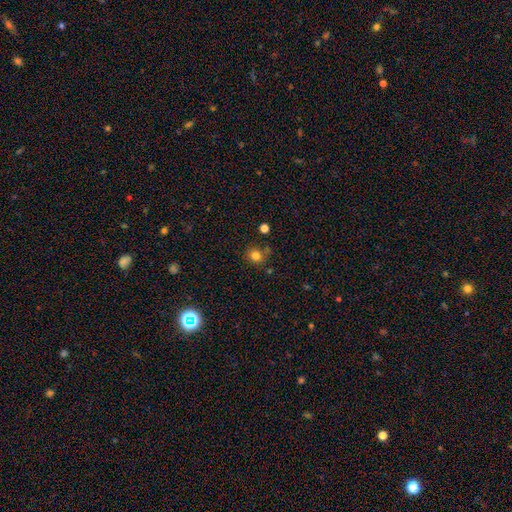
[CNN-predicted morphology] Smooth or featured? Predicted: smooth (p=0.79). How rounded? Predicted: round (p=0.85). Merging? Predicted: none (p=0.77).